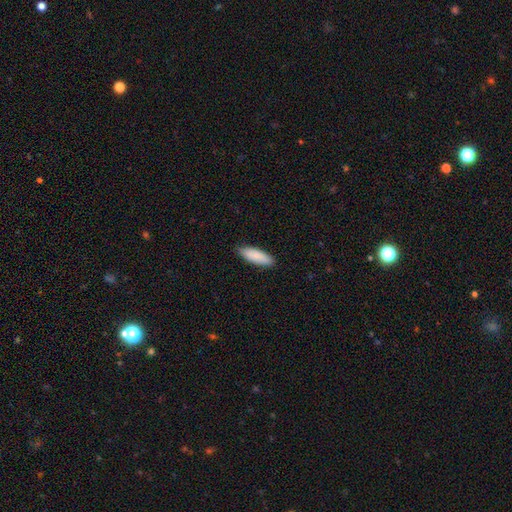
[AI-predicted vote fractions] Smooth or featured? smooth (88%)
How rounded? in between (61%)
Merging? none (86%)